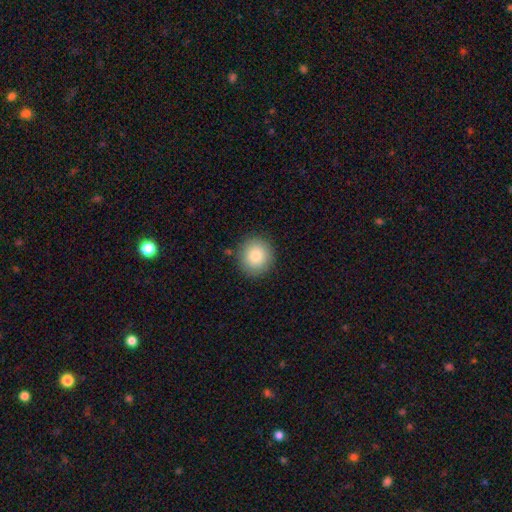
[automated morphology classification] A smooth galaxy with no disk features (82%) that is round (91%).

Vote fractions:
- Smooth or featured? smooth: 82% / featured or disk: 9% / star or artifact: 9%
- How rounded? round: 91% / in between: 8% / cigar-shaped: 1%
- Merging? none: 88% / minor disturbance: 8% / major disturbance: 2% / merger: 2%